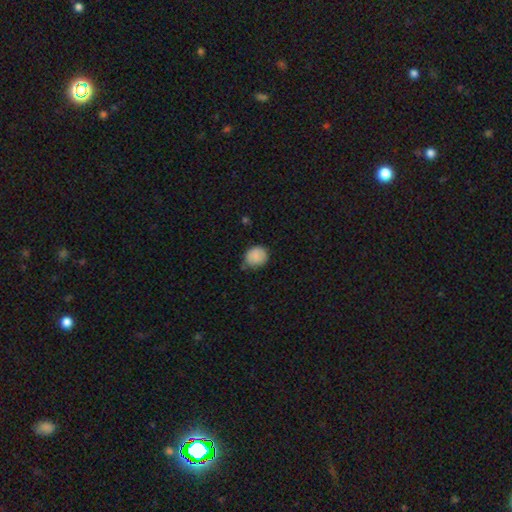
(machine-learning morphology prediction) This is clearly a smooth galaxy (85%). How rounded: likely round (75%). Merging: likely none (67%).